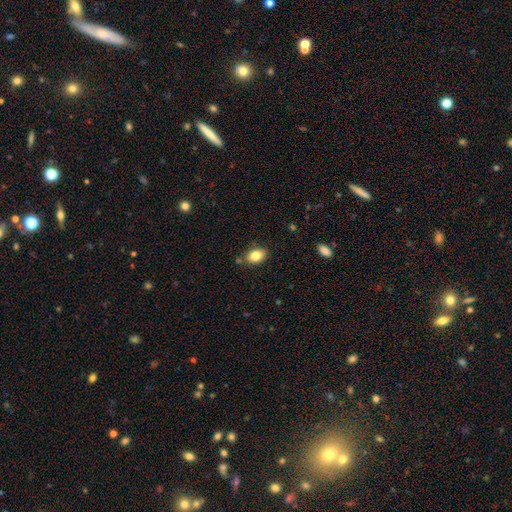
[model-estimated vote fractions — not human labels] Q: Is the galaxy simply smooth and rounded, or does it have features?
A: smooth — 84%.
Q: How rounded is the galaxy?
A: in between — 85%.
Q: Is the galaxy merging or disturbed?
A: none — 80%.